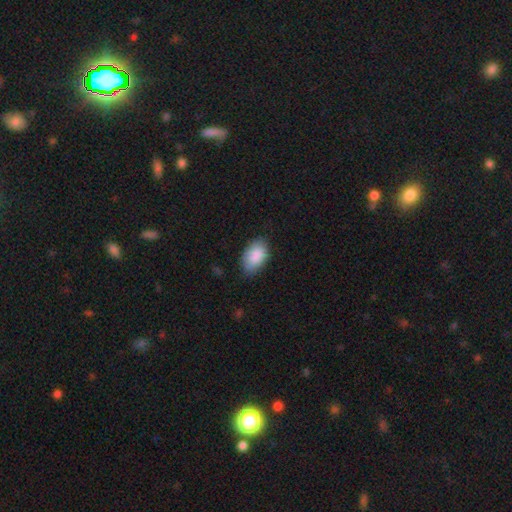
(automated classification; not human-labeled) This is clearly a smooth galaxy (89%). How rounded: clearly in between (93%). Merging: likely none (77%).